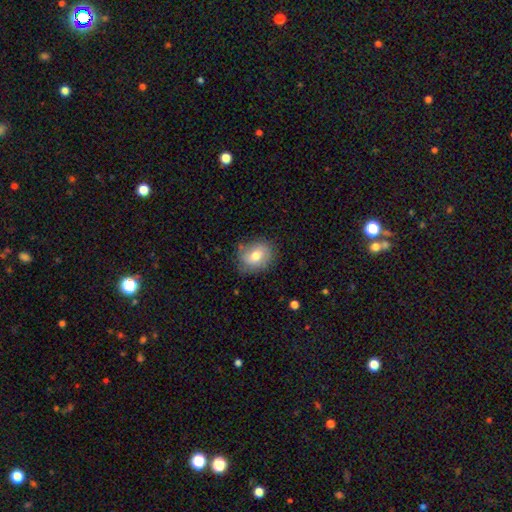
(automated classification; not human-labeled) Morphology: type=smooth (72%); roundness=in between (52%); merging=none (73%).